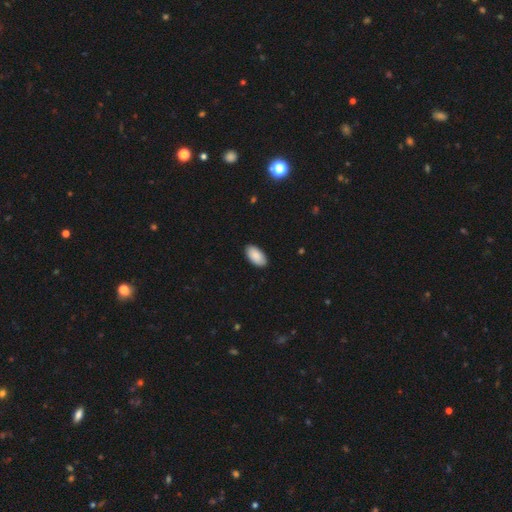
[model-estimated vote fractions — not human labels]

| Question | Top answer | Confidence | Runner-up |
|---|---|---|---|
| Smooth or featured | smooth | 89% | star or artifact (6%) |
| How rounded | in between | 96% | round (2%) |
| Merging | none | 88% | minor disturbance (9%) |